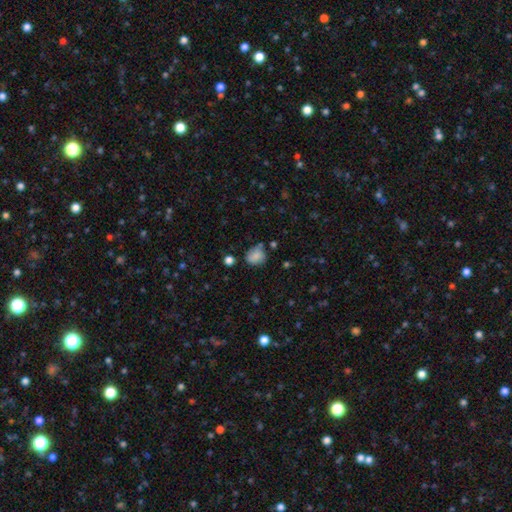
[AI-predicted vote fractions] smooth-or-featured: smooth: 70% | featured or disk: 20% | star or artifact: 10%
  how-rounded: round: 67% | in between: 32% | cigar-shaped: 1%
  merging: none: 62% | minor disturbance: 25% | major disturbance: 7% | merger: 5%